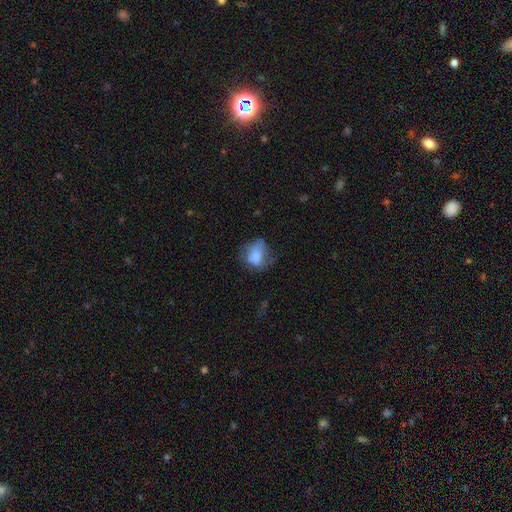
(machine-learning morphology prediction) The model was most divided on "merging": none: 34%, major disturbance: 33%, minor disturbance: 31%, merger: 3%. More confident: how rounded — in between (68%); smooth or featured — smooth (68%).